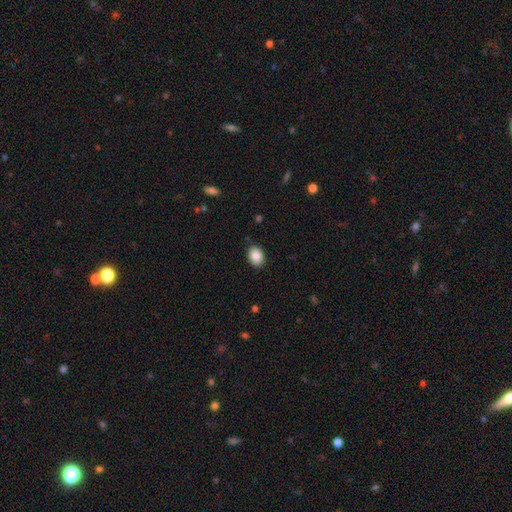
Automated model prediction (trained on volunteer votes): Smooth or featured? Predicted: smooth (p=0.87). How rounded? Predicted: in between (p=0.73). Merging? Predicted: none (p=0.88).